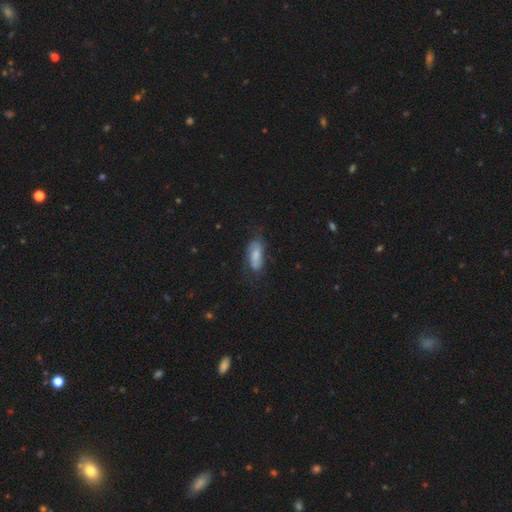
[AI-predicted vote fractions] Morphology: type=smooth (46%, tied with featured or disk); merging=none (59%).